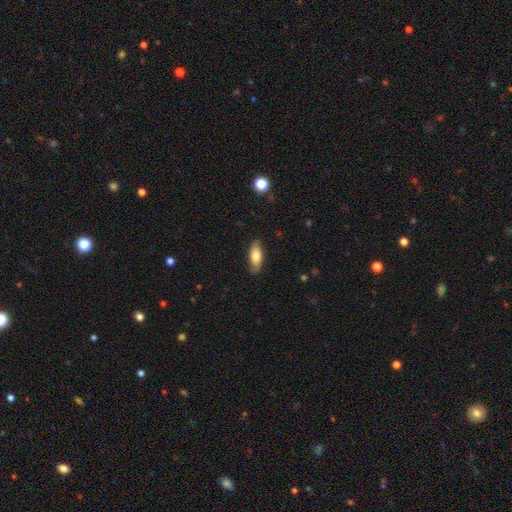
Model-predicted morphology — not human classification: This is likely a smooth galaxy (73%). How rounded: likely in between (78%). Merging: clearly none (82%).